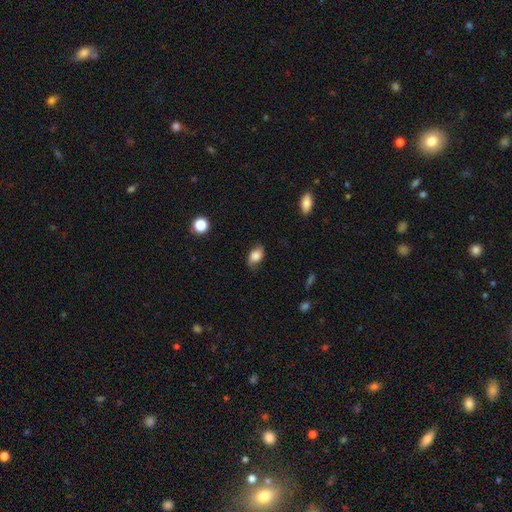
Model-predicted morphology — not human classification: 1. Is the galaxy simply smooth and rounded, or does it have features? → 73% smooth, 19% featured or disk, 9% star or artifact.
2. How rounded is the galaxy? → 86% in between, 11% round, 2% cigar-shaped.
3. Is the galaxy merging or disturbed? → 70% none, 23% minor disturbance, 6% major disturbance, 1% merger.